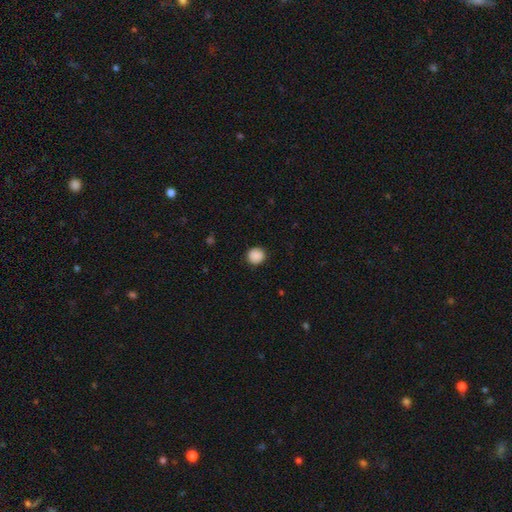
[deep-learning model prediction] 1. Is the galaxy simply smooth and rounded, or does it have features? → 89% smooth, 9% star or artifact, 2% featured or disk.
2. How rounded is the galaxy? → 92% round, 7% in between, 1% cigar-shaped.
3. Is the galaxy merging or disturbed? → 90% none, 7% minor disturbance, 2% major disturbance, 1% merger.